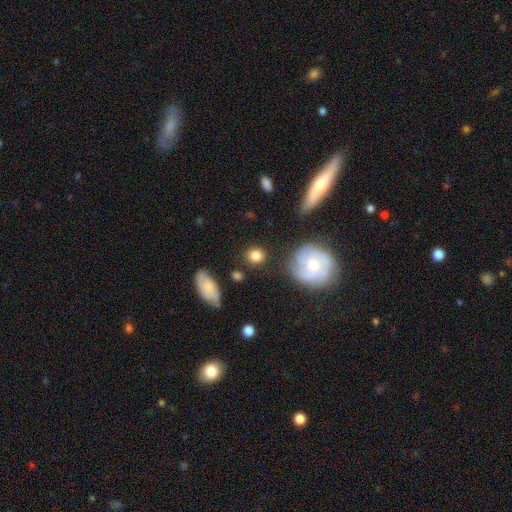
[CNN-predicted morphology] Smooth or featured?
  - smooth: 81% *
  - featured or disk: 11%
  - star or artifact: 8%
How rounded?
  - round: 83% *
  - in between: 15%
  - cigar-shaped: 2%
Merging?
  - none: 83% *
  - minor disturbance: 10%
  - major disturbance: 4%
  - merger: 3%